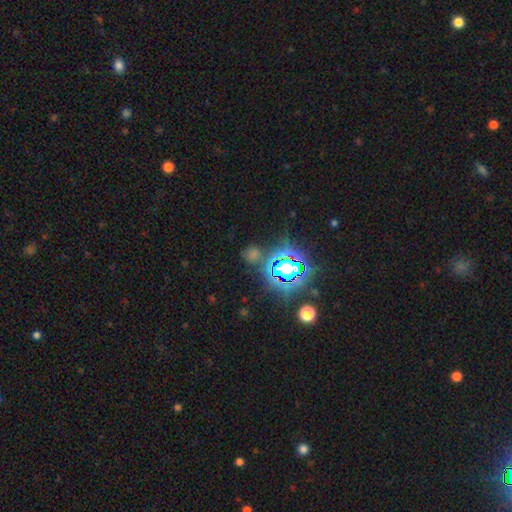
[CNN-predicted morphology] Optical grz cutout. It shows a star or artifact, not a galaxy (51%).